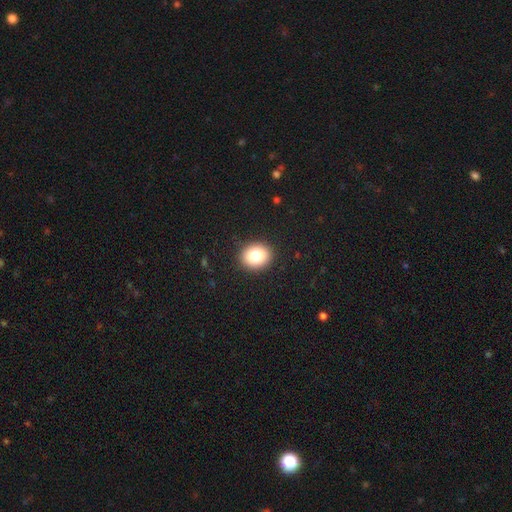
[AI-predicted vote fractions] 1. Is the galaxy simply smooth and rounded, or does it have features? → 83% smooth, 9% star or artifact, 8% featured or disk.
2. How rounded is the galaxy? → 61% round, 38% in between, 1% cigar-shaped.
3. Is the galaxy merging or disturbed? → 91% none, 6% minor disturbance, 2% major disturbance, 1% merger.